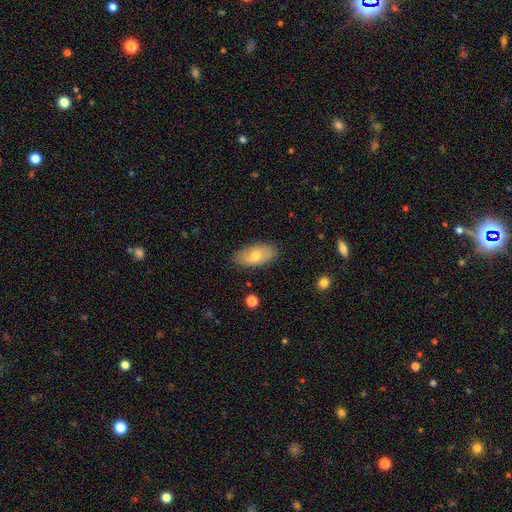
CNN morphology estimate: Smooth or featured? smooth (66%)
How rounded? in between (92%)
Merging? none (84%)